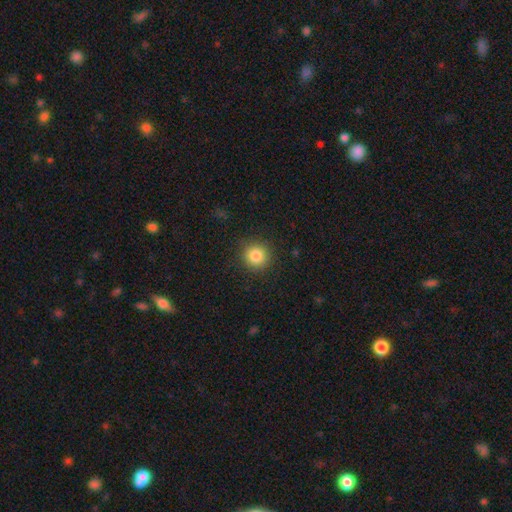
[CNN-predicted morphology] smooth-or-featured: smooth: 84% | star or artifact: 10% | featured or disk: 5%
  how-rounded: round: 92% | in between: 7% | cigar-shaped: 1%
  merging: none: 89% | minor disturbance: 7% | major disturbance: 3% | merger: 1%